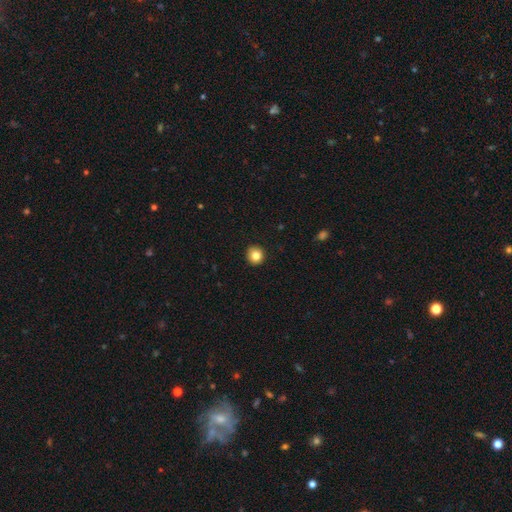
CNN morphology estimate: smooth-or-featured: smooth: 84% | star or artifact: 10% | featured or disk: 6%
  how-rounded: round: 94% | in between: 5% | cigar-shaped: 1%
  merging: none: 92% | minor disturbance: 5% | major disturbance: 1% | merger: 1%